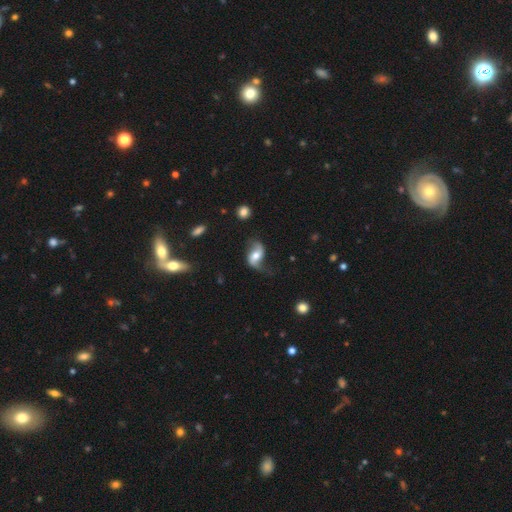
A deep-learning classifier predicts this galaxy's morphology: This is likely a featured or disk galaxy (79%). It is clearly not viewed edge-on (96%). Bar: marginally no (43%). Spiral arm pattern: clearly yes (94%). Spiral arm count: clearly 2 (90%). Spiral winding: clearly loose (84%). Central bulge: likely moderate (61%). Merging: likely none (62%).